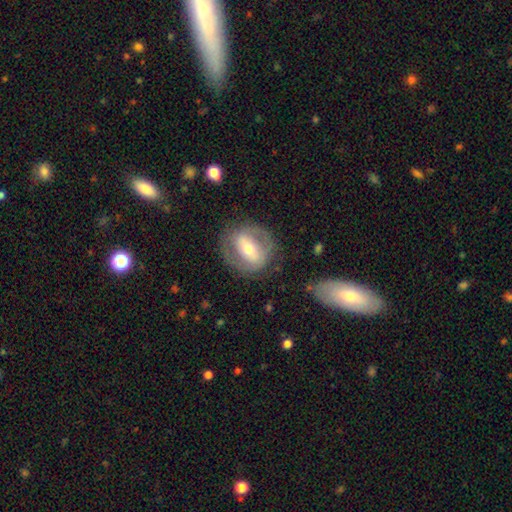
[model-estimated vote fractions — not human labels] smooth_or_featured: featured or disk (p=0.63) [alt: smooth p=0.31]
disk_edge_on: no (p=0.92) [alt: yes p=0.08]
bar: strong (p=0.49) [alt: weak p=0.30]
has_spiral_arms: no (p=0.54) [alt: yes p=0.46]
bulge_size: moderate (p=0.63) [alt: small p=0.30]
merging: none (p=0.75) [alt: minor disturbance p=0.14]